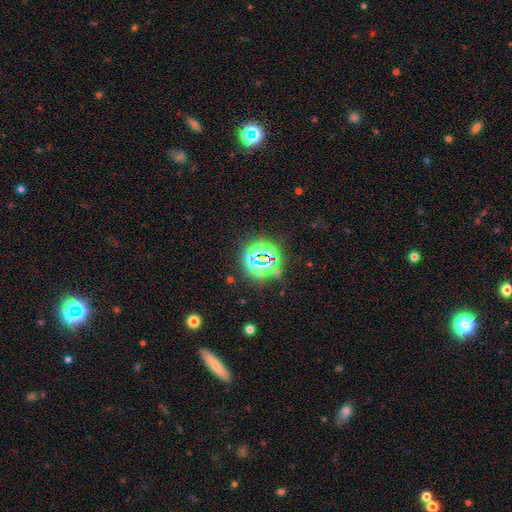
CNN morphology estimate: A star or artifact, not a galaxy (74%).

Vote fractions:
- Smooth or featured? star or artifact: 74% / smooth: 17% / featured or disk: 9%